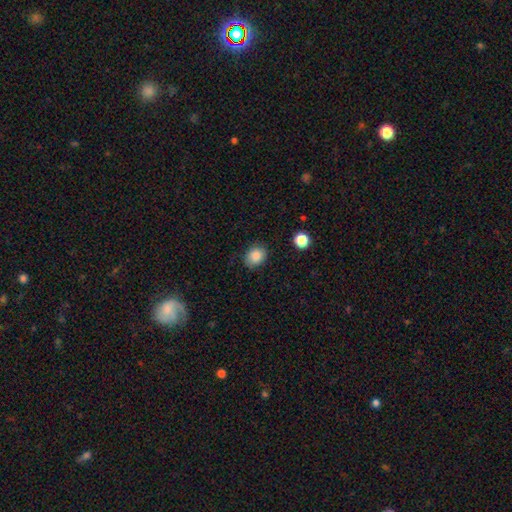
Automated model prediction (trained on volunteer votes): This is clearly a smooth galaxy (86%). How rounded: possibly in between (52%). Merging: clearly none (83%).